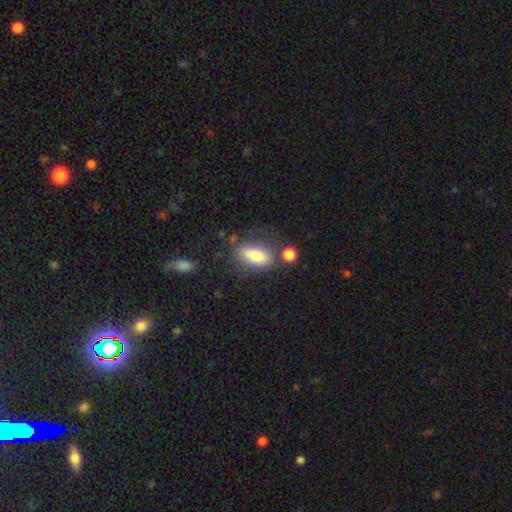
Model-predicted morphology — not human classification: type=smooth (77%); roundness=in between (81%); merging=none (64%).